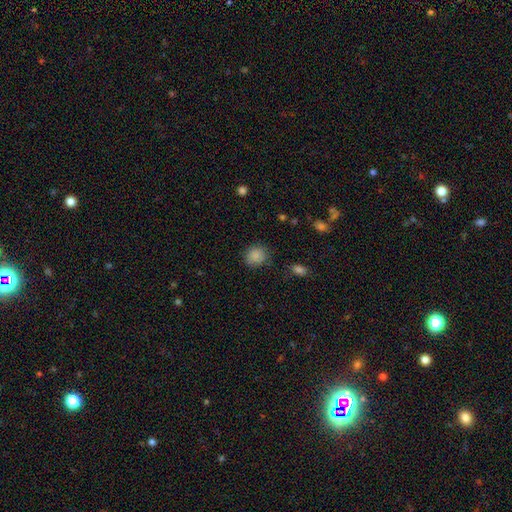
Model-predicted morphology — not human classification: Smooth or featured? Predicted: smooth (p=0.85). How rounded? Predicted: round (p=0.79). Merging? Predicted: none (p=0.79).